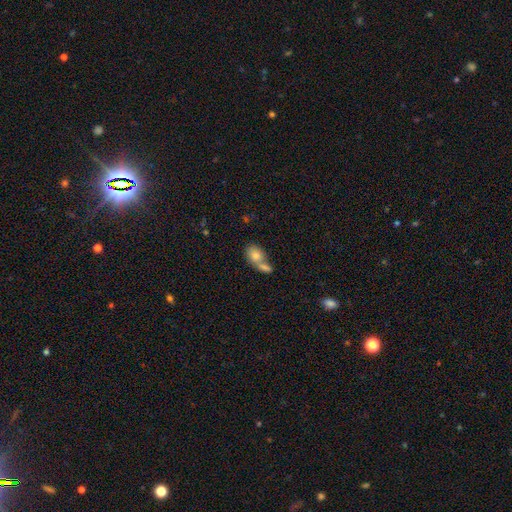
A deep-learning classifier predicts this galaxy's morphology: This is likely a smooth galaxy (77%). How rounded: likely in between (66%). Merging: possibly merger (59%).